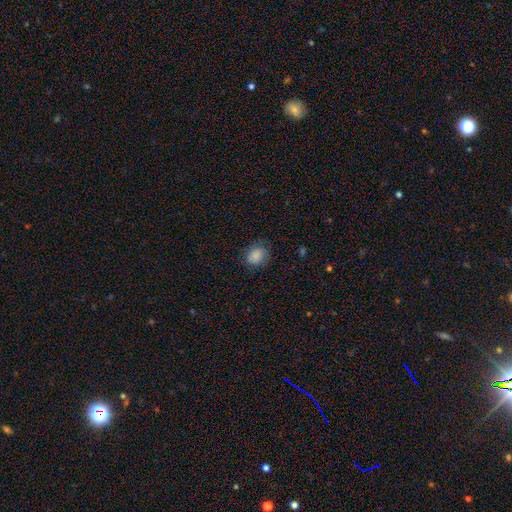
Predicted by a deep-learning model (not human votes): Smooth or featured? Predicted: smooth (p=0.81). How rounded? Predicted: round (p=0.60). Merging? Predicted: none (p=0.69).